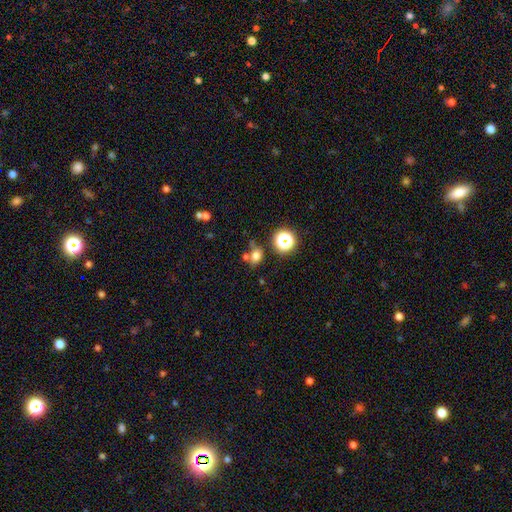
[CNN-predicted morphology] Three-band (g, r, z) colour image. It shows a smooth galaxy with no disk features (69%) that is round (59%). Merging: none (59%).